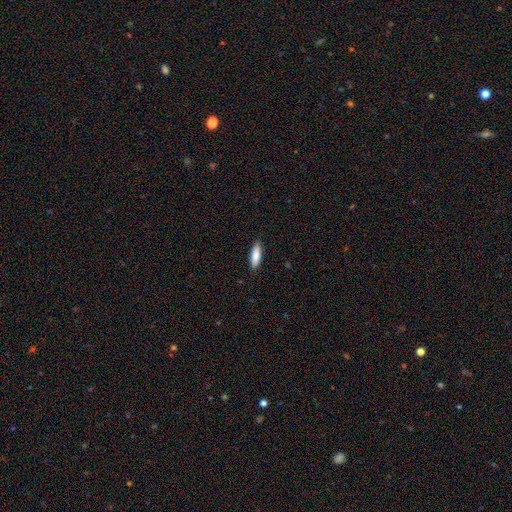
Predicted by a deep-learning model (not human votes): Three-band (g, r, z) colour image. It shows a smooth galaxy with no disk features (85%) that is cigar-shaped (54%). Merging: none (89%).